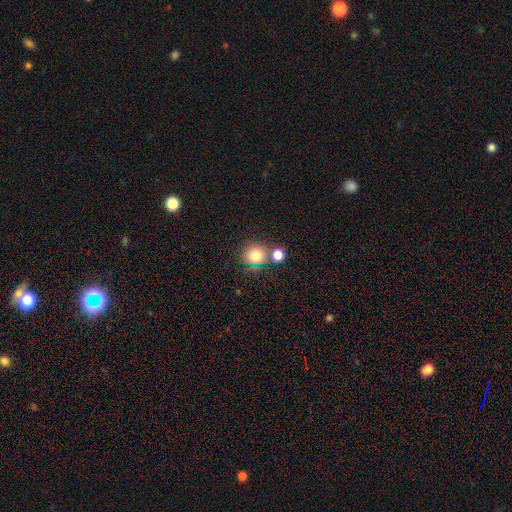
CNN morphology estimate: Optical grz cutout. It shows a smooth galaxy with no disk features (75%) that is round (90%). Merging: none (68%).